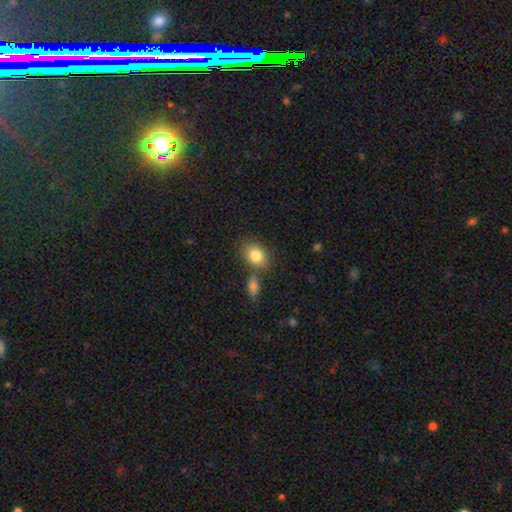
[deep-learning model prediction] smooth 83%, featured or disk 9%, star or artifact 8%. Down the decision tree: how rounded — in between (69%); merging — none (65%).